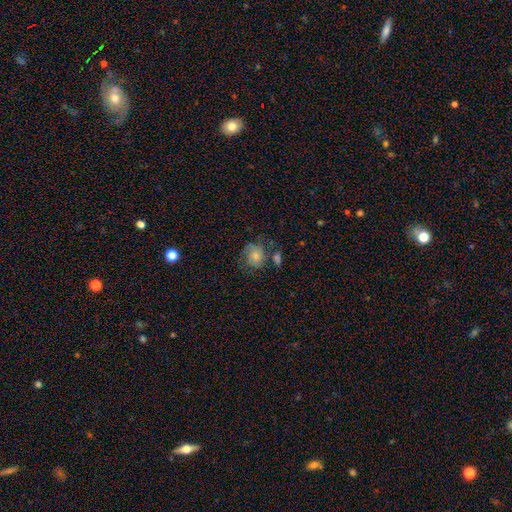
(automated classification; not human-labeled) A smooth galaxy with no disk features (61%) that is round (70%).

Vote fractions:
- Smooth or featured? smooth: 61% / featured or disk: 30% / star or artifact: 9%
- How rounded? round: 70% / in between: 29% / cigar-shaped: 1%
- Merging? none: 50% / minor disturbance: 25% / major disturbance: 15% / merger: 10%